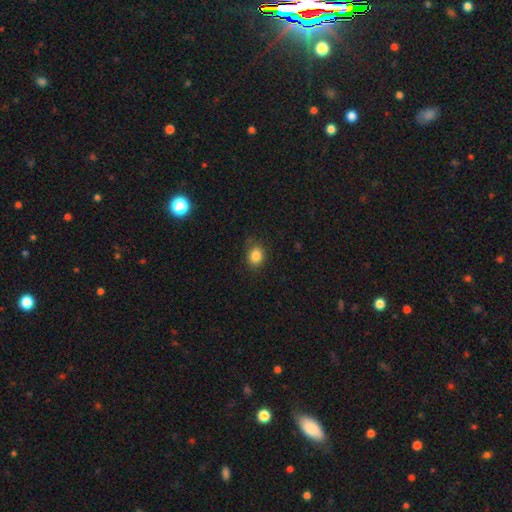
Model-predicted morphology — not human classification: smooth_or_featured: smooth (p=0.85) [alt: star or artifact p=0.11]
how_rounded: round (p=0.59) [alt: in between p=0.40]
merging: none (p=0.80) [alt: minor disturbance p=0.15]